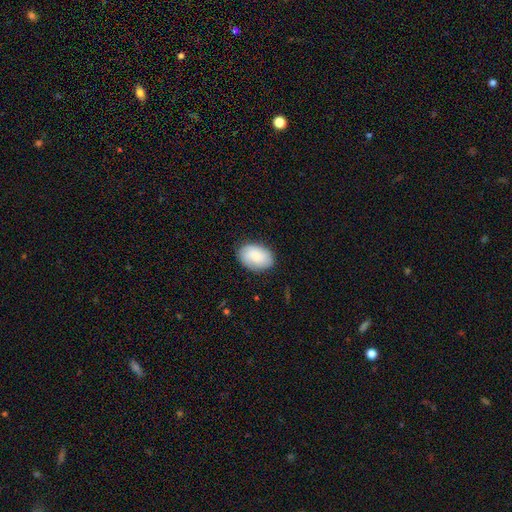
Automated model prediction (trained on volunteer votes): A smooth galaxy with no disk features (79%) that is in between round and cigar-shaped (86%). Merging: none (84%).